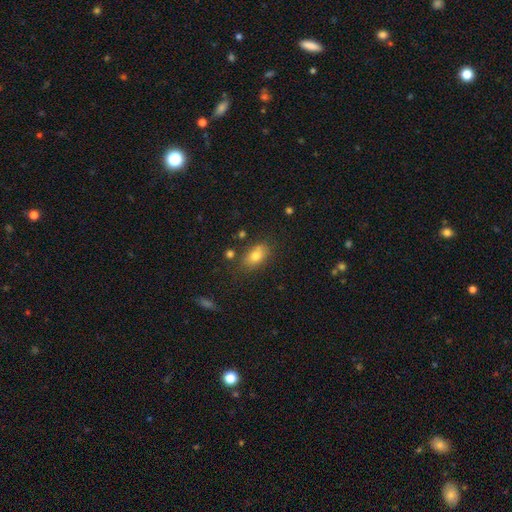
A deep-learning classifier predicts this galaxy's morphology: Smooth or featured?
  - smooth: 78% *
  - featured or disk: 13%
  - star or artifact: 9%
How rounded?
  - in between: 86% *
  - round: 10%
  - cigar-shaped: 3%
Merging?
  - none: 71% *
  - minor disturbance: 18%
  - merger: 6%
  - major disturbance: 5%